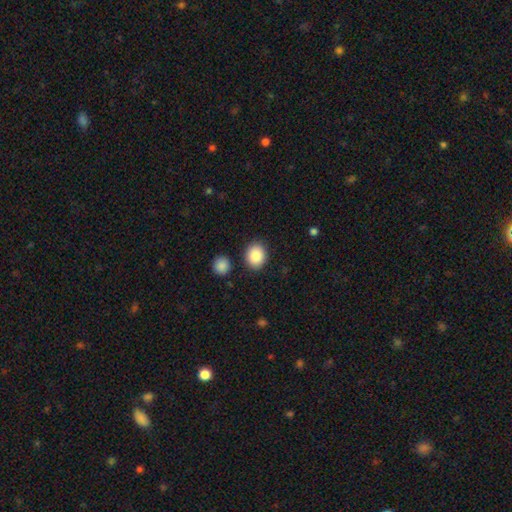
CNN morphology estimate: Smooth or featured: smooth — 88% (star or artifact — 7%)
How rounded: round — 50% (in between — 49%)
Merging: none — 86% (minor disturbance — 8%)